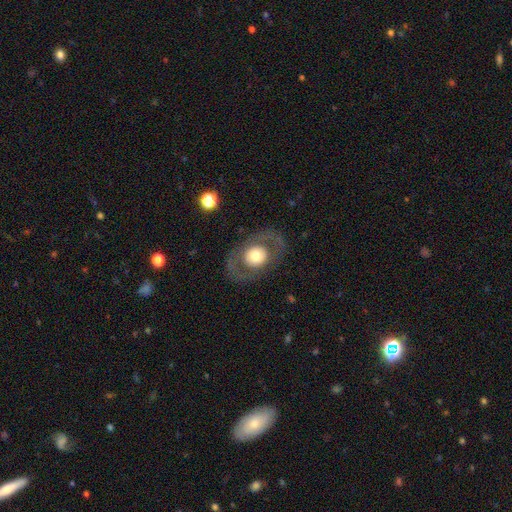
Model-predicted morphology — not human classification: Smooth or featured?
  - smooth: 47% *
  - featured or disk: 46%
  - star or artifact: 6%
Merging?
  - none: 79% *
  - minor disturbance: 10%
  - major disturbance: 10%
  - merger: 1%